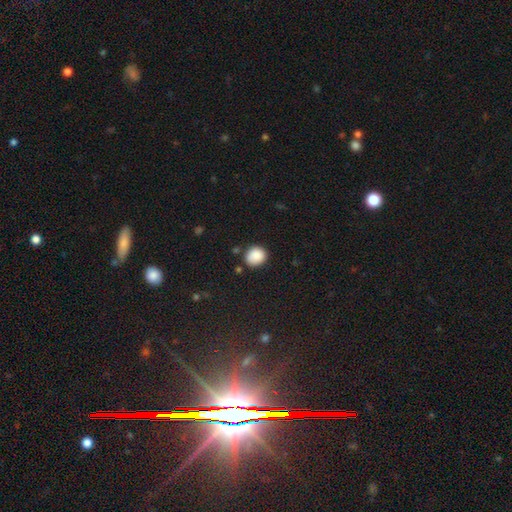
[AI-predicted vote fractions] This is clearly a smooth galaxy (87%). How rounded: likely round (76%). Merging: likely none (79%).